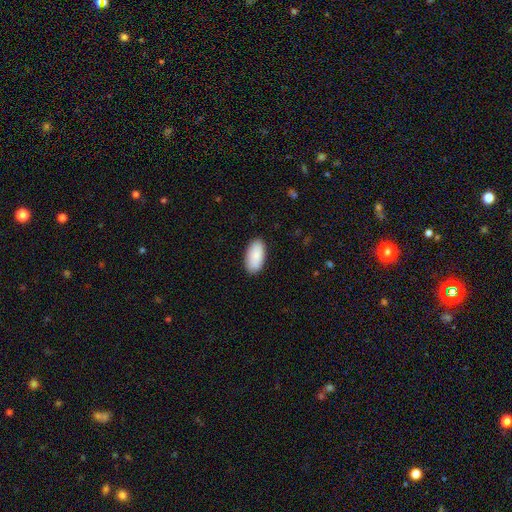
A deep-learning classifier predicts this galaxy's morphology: The model was most divided on "merging": none: 88%, minor disturbance: 9%, major disturbance: 2%, merger: 1%. More confident: how rounded — in between (95%); smooth or featured — smooth (90%).